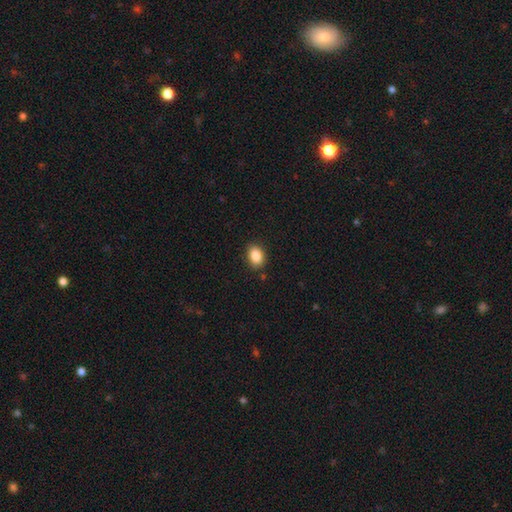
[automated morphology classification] smooth-or-featured: smooth: 87% | star or artifact: 8% | featured or disk: 5%
  how-rounded: in between: 76% | round: 23% | cigar-shaped: 1%
  merging: none: 87% | minor disturbance: 9% | major disturbance: 2% | merger: 1%